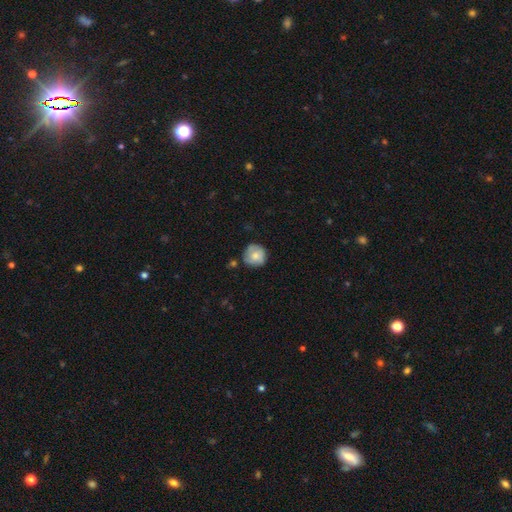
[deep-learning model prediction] Overall: smooth (61%; featured or disk 32%). How rounded: round (90%). Merging: none (72%).